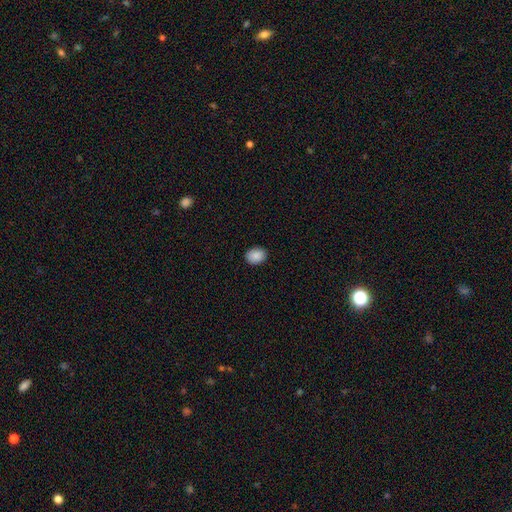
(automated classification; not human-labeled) This is clearly a smooth galaxy (89%). How rounded: likely in between (66%). Merging: clearly none (90%).